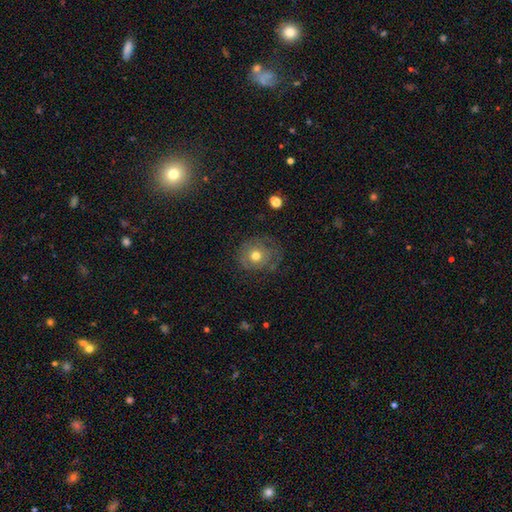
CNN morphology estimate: Smooth or featured? smooth (54%)
How rounded? round (79%)
Merging? none (62%)